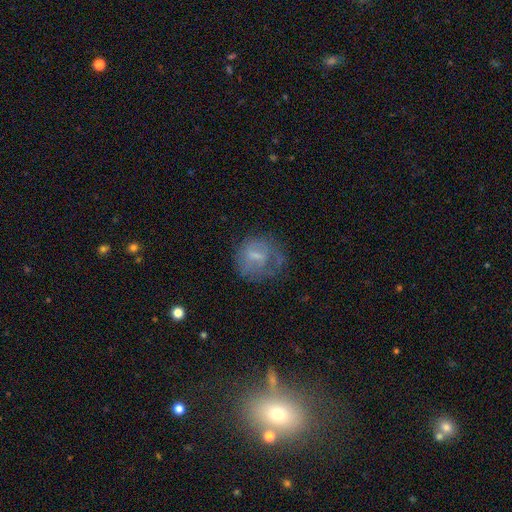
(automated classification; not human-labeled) Q: Smooth or featured?
A: smooth (47%); runner-up: featured or disk (43%)
Q: Merging?
A: none (50%); runner-up: minor disturbance (24%)